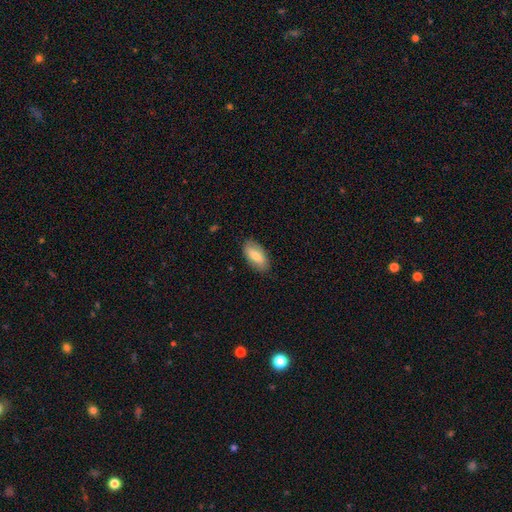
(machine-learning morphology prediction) Overall: smooth (72%). How rounded: in between (91%). Merging: none (84%).